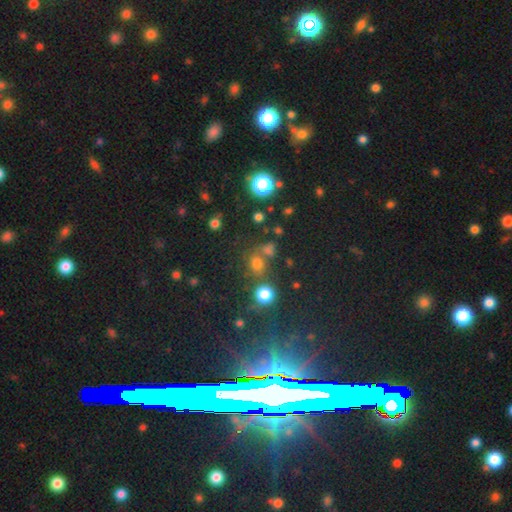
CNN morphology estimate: smooth_or_featured: star or artifact (p=0.48) [alt: smooth p=0.43]